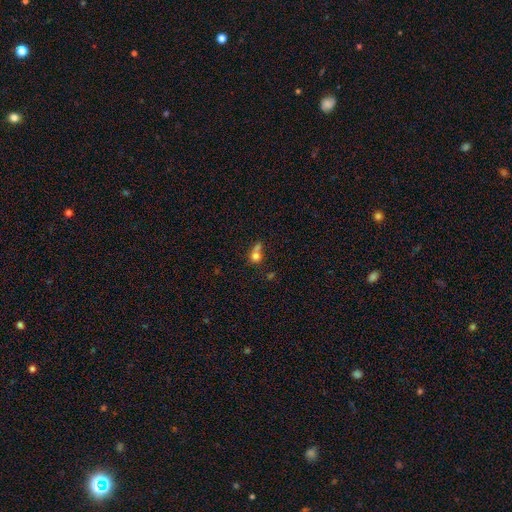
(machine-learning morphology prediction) This is likely a smooth galaxy (74%). How rounded: likely round (74%). Merging: marginally merger (40%).